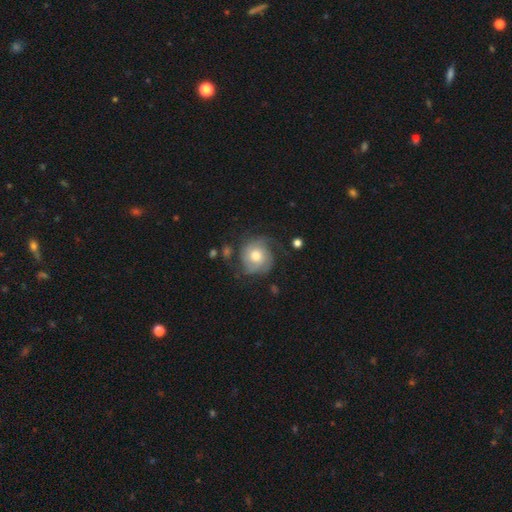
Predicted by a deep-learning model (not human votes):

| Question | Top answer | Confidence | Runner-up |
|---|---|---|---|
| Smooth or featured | featured or disk | 54% | smooth (39%) |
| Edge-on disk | no | 97% | yes (3%) |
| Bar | no | 80% | weak (17%) |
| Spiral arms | yes | 84% | no (16%) |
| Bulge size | moderate | 62% | large (27%) |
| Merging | none | 60% | minor disturbance (24%) |